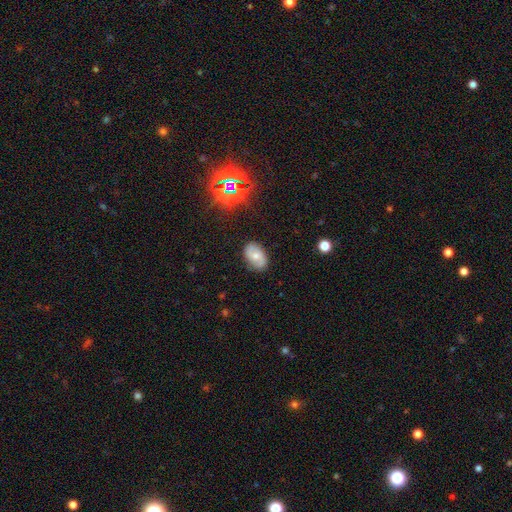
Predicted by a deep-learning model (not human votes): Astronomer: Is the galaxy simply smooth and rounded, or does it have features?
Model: smooth — 45% (runner-up: featured or disk, 43%).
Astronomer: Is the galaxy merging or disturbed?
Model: none — 79%.